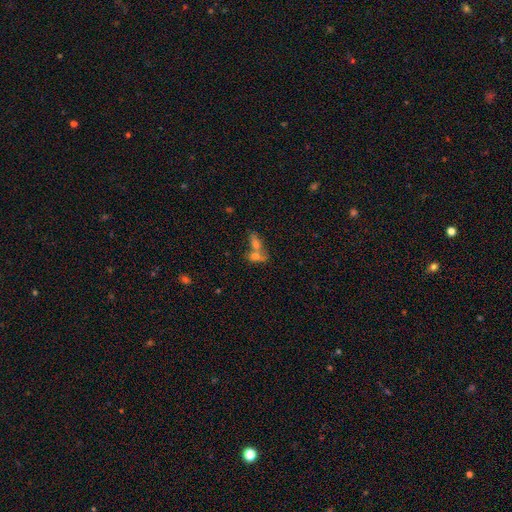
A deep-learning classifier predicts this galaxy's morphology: Smooth or featured?
  - smooth: 67% *
  - featured or disk: 21%
  - star or artifact: 12%
How rounded?
  - in between: 69% *
  - round: 20%
  - cigar-shaped: 11%
Merging?
  - merger: 69% *
  - none: 20%
  - minor disturbance: 6%
  - major disturbance: 5%